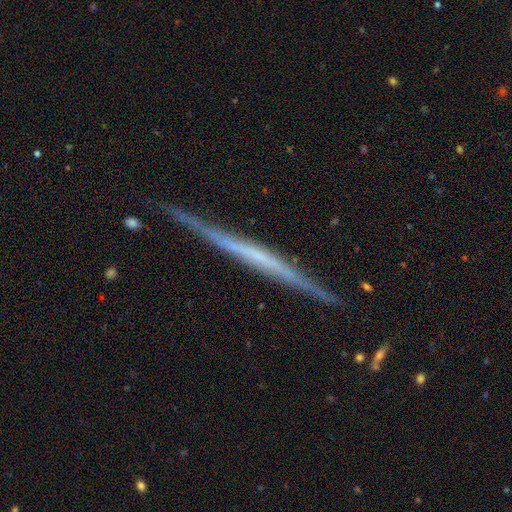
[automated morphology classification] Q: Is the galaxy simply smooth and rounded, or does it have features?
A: featured or disk — 74%.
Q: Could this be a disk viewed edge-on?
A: yes — 98%.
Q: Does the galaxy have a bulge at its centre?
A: none — 81%.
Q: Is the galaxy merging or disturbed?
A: none — 87%.